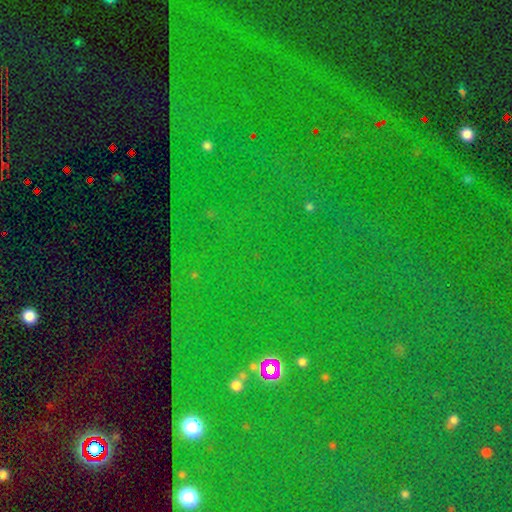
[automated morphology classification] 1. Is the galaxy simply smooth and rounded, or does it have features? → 83% star or artifact, 9% smooth, 8% featured or disk.